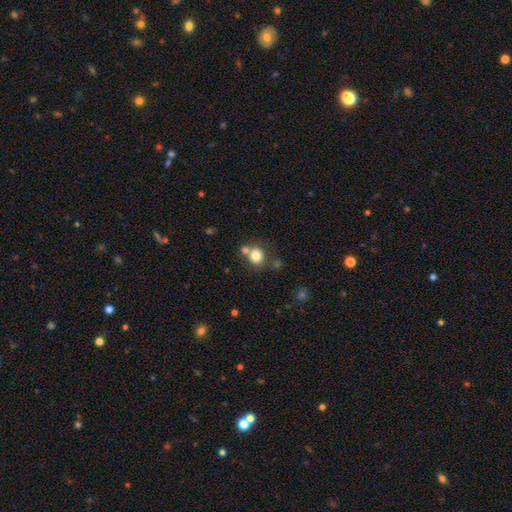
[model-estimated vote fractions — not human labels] Overall: smooth (80%). How rounded: round (77%). Merging: none (60%; merger 25%).